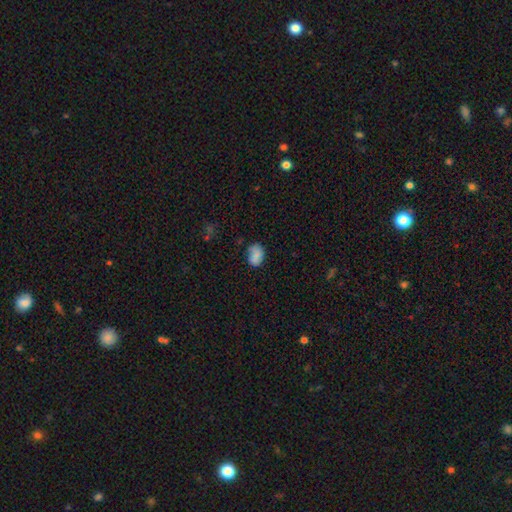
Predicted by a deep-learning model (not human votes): Overall: smooth (79%). How rounded: in between (79%). Merging: none (64%; minor disturbance 26%).